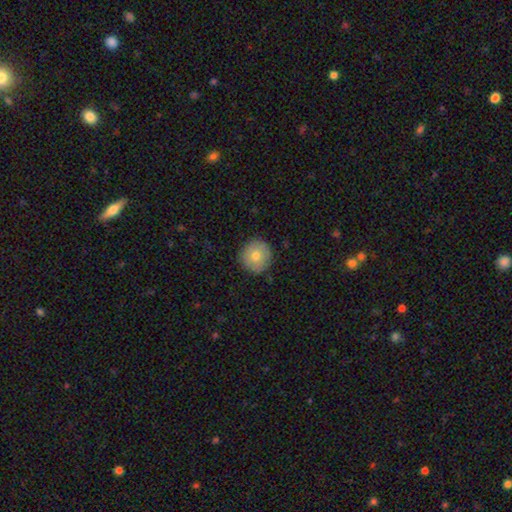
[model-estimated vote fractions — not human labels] smooth-or-featured: smooth: 73% | featured or disk: 19% | star or artifact: 8%
  how-rounded: round: 94% | in between: 5% | cigar-shaped: 1%
  merging: none: 89% | minor disturbance: 9% | major disturbance: 2% | merger: 1%